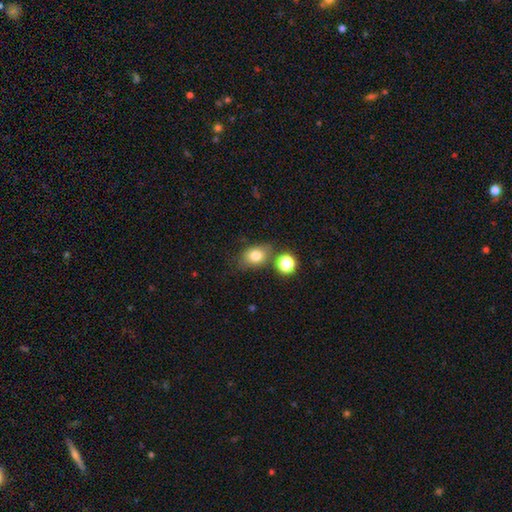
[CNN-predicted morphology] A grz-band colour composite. It shows a smooth galaxy with no disk features (79%) that is in between round and cigar-shaped (64%). Merging: none (69%).